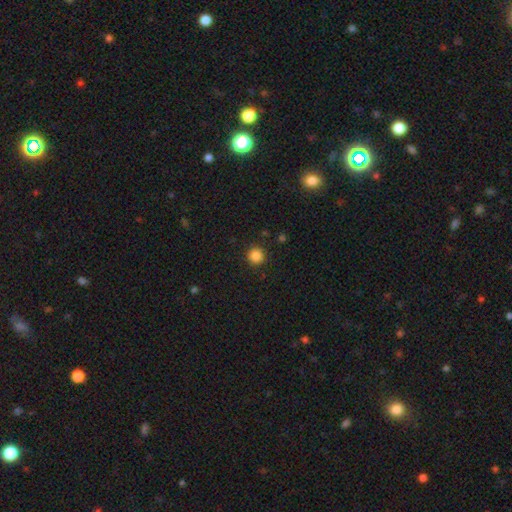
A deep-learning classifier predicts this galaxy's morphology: This is clearly a smooth galaxy (85%). How rounded: clearly round (95%). Merging: clearly none (91%).